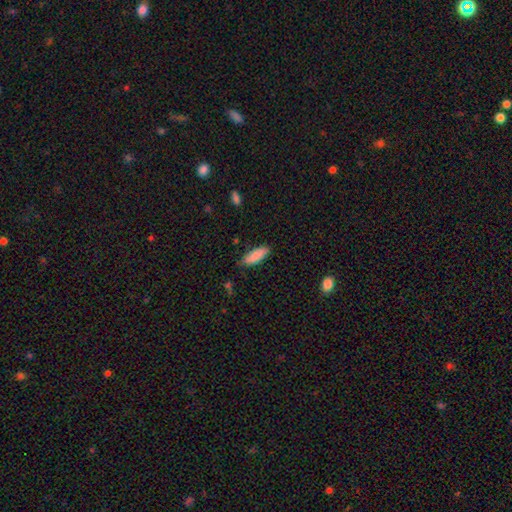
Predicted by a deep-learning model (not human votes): Smooth or featured? Predicted: smooth (p=0.87). How rounded? Predicted: in between (p=0.65). Merging? Predicted: none (p=0.79).